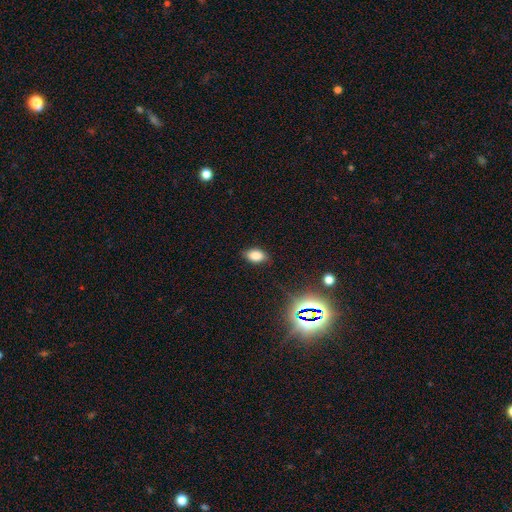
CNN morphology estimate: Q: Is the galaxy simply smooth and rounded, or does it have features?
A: smooth — 81%.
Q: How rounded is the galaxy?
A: in between — 88%.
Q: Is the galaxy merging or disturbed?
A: none — 85%.